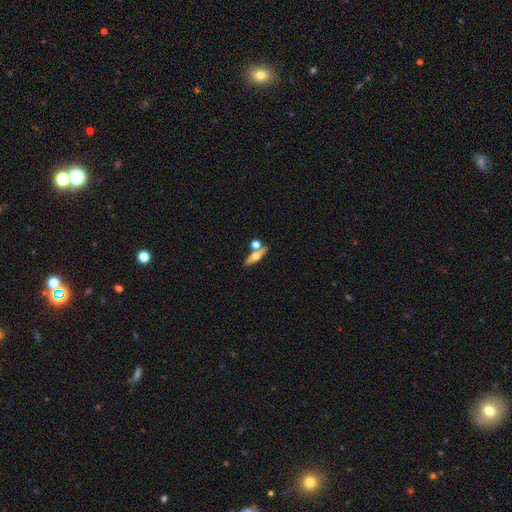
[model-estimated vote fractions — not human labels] A featured or disk galaxy (49%). Merging: none (67%).